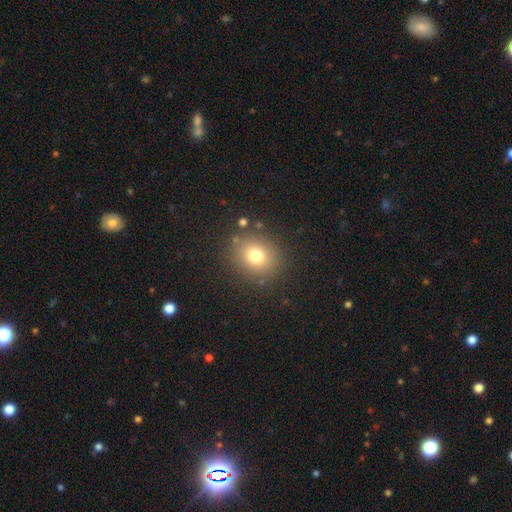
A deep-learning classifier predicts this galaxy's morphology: This is likely a smooth galaxy (75%). How rounded: likely round (73%). Merging: clearly none (85%).